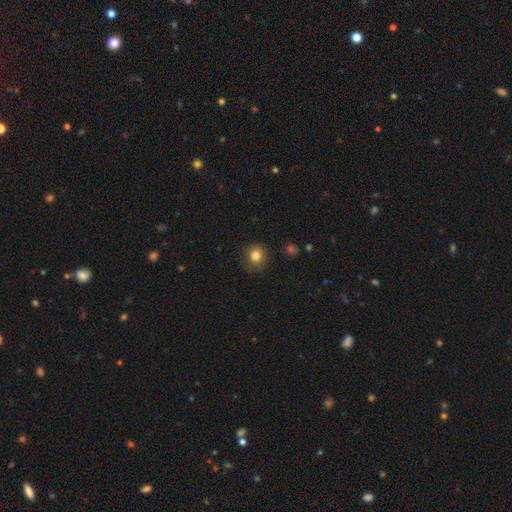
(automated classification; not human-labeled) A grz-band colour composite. It shows a smooth galaxy with no disk features (81%) that is round (88%). Merging: none (79%).